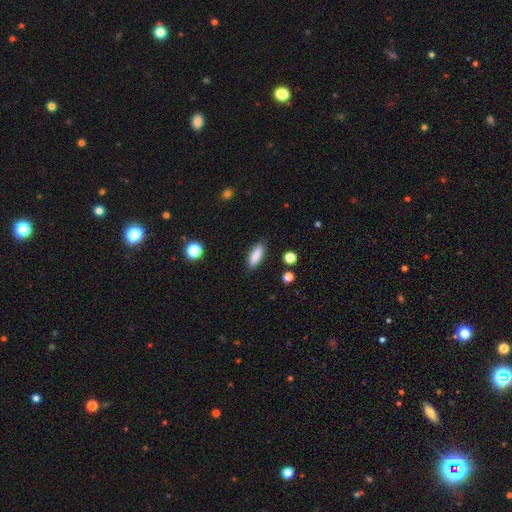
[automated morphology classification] Smooth or featured? smooth (85%)
How rounded? in between (60%)
Merging? none (86%)